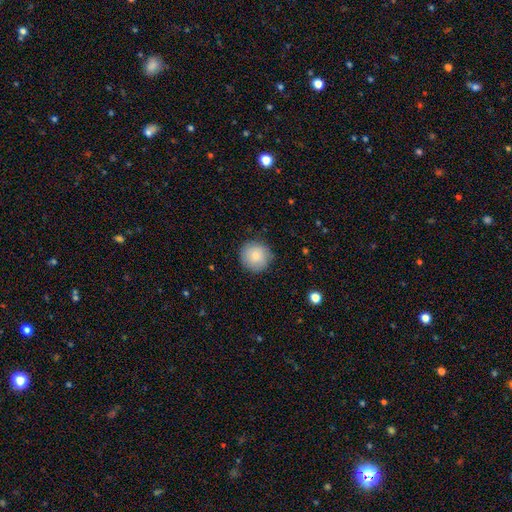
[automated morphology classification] smooth-or-featured: smooth: 82% | featured or disk: 10% | star or artifact: 8%
  how-rounded: round: 94% | in between: 5% | cigar-shaped: 1%
  merging: none: 86% | minor disturbance: 11% | major disturbance: 2% | merger: 1%